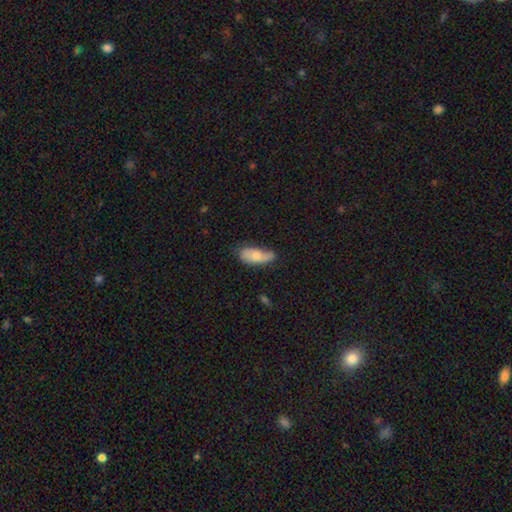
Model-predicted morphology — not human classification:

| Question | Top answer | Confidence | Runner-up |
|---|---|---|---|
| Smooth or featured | smooth | 66% | featured or disk (27%) |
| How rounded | in between | 79% | cigar-shaped (18%) |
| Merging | none | 54% | minor disturbance (33%) |